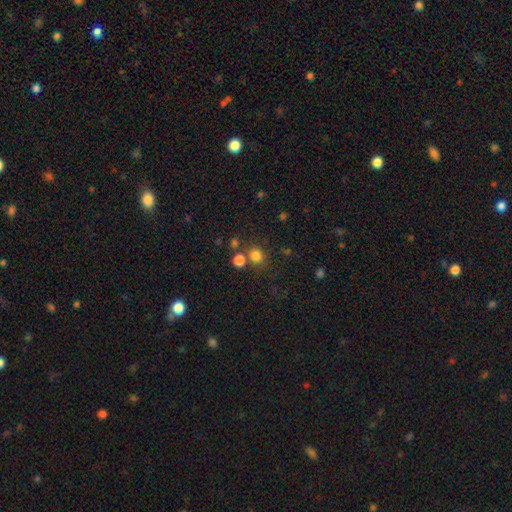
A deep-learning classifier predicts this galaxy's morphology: A smooth galaxy with no disk features (80%) that is round (84%).

Vote fractions:
- Smooth or featured? smooth: 80% / star or artifact: 15% / featured or disk: 5%
- How rounded? round: 84% / in between: 15% / cigar-shaped: 1%
- Merging? none: 71% / merger: 17% / minor disturbance: 9% / major disturbance: 4%